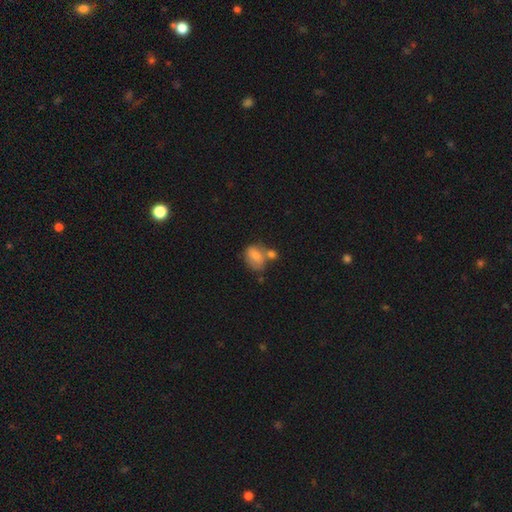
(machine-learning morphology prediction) smooth 74%, featured or disk 17%, star or artifact 9%. Down the decision tree: how rounded — in between (72%); merging — none (38%).